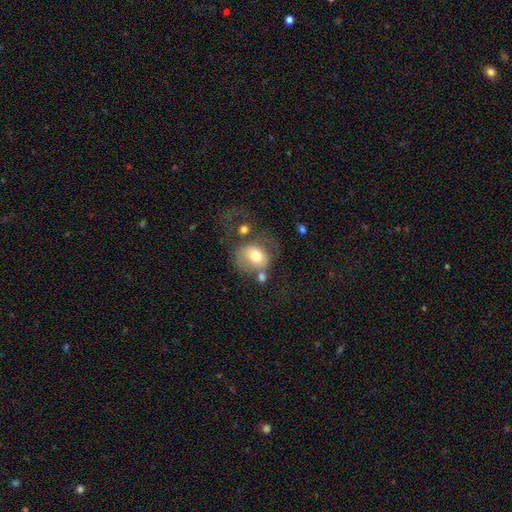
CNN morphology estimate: Smooth or featured?
  - smooth: 68% *
  - featured or disk: 24%
  - star or artifact: 8%
How rounded?
  - round: 62% *
  - in between: 37%
  - cigar-shaped: 1%
Merging?
  - none: 32% *
  - major disturbance: 27%
  - merger: 22%
  - minor disturbance: 19%